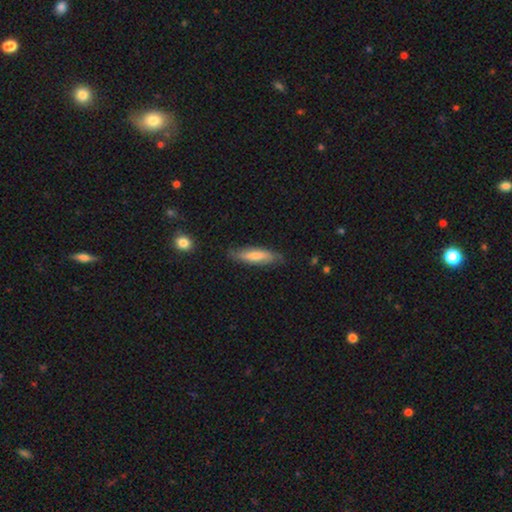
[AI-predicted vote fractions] smooth_or_featured: smooth (p=0.70) [alt: featured or disk p=0.24]
how_rounded: cigar-shaped (p=0.66) [alt: in between p=0.33]
merging: none (p=0.75) [alt: minor disturbance p=0.20]